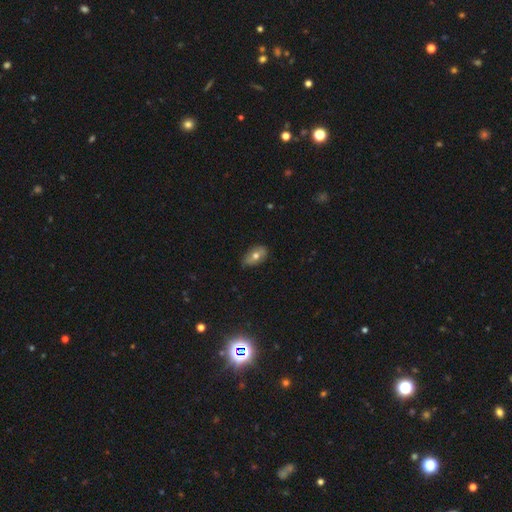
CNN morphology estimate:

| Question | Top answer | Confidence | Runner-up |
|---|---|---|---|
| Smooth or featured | smooth | 62% | featured or disk (29%) |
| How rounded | in between | 89% | round (8%) |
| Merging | none | 76% | minor disturbance (20%) |